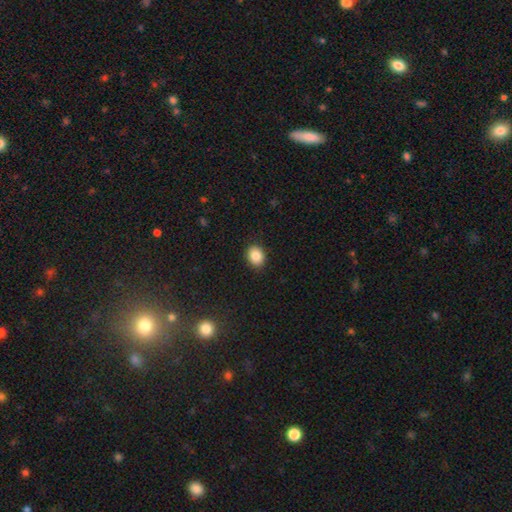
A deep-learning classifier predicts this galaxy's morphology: A smooth galaxy with no disk features (87%) that is in between round and cigar-shaped (54%).

Vote fractions:
- Smooth or featured? smooth: 87% / star or artifact: 9% / featured or disk: 5%
- How rounded? in between: 54% / round: 45% / cigar-shaped: 1%
- Merging? none: 90% / minor disturbance: 7% / major disturbance: 2% / merger: 1%